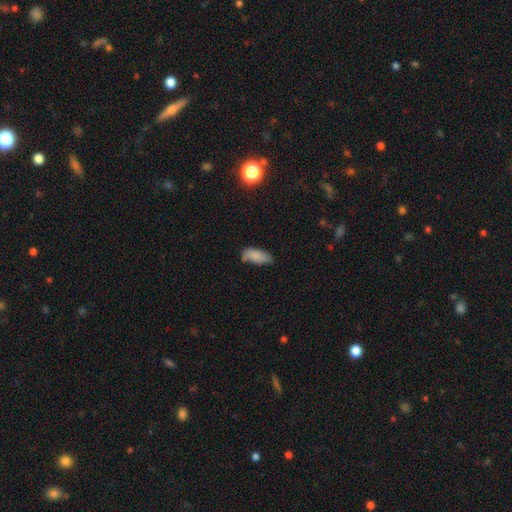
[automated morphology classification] The model was most divided on "merging": none: 64%, minor disturbance: 26%, major disturbance: 5%, merger: 4%. More confident: smooth or featured — smooth (84%); how rounded — in between (82%).